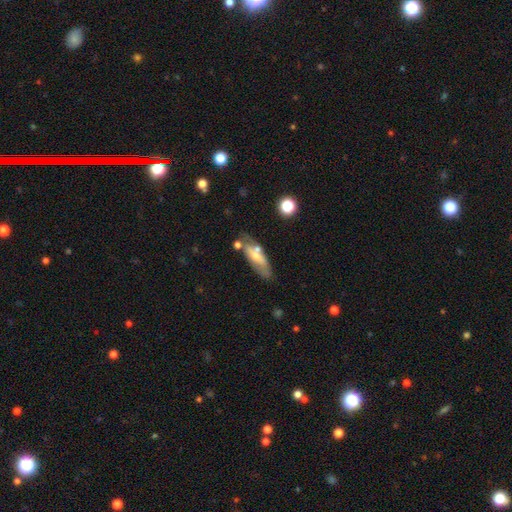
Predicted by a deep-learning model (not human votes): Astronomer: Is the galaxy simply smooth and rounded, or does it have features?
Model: smooth — 46% (runner-up: featured or disk, 45%).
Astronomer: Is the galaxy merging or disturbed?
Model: none — 58%.